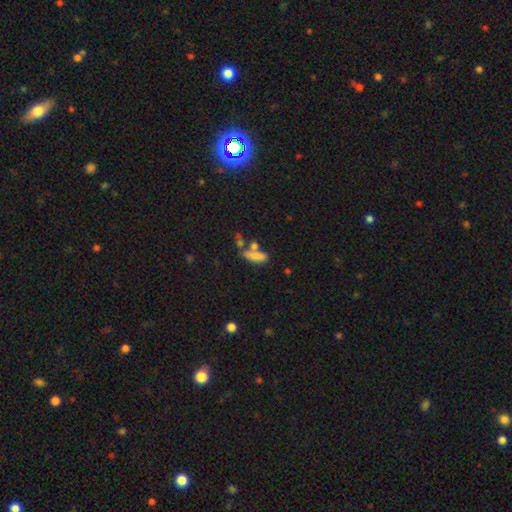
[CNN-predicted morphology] This is likely a smooth galaxy (75%). How rounded: possibly in between (53%). Merging: marginally none (41%).